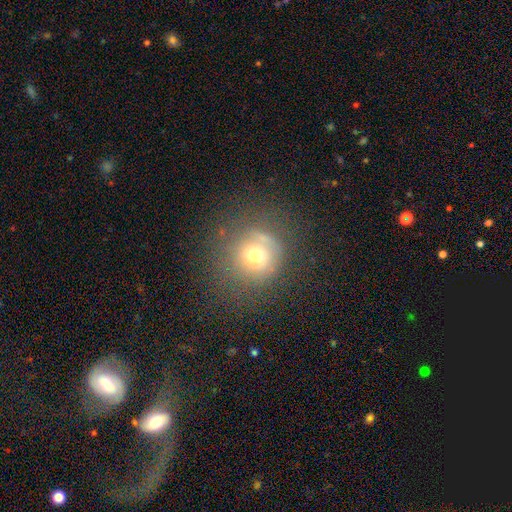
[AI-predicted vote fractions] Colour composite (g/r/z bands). It shows a smooth galaxy with no disk features (67%) that is round (90%). Merging: none (69%).